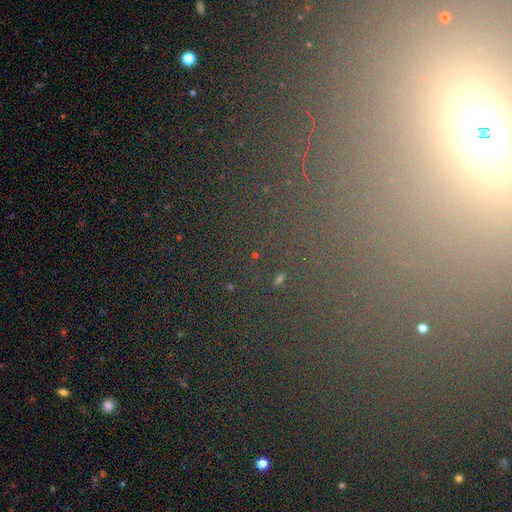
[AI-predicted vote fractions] Smooth or featured? Predicted: star or artifact (p=0.70).